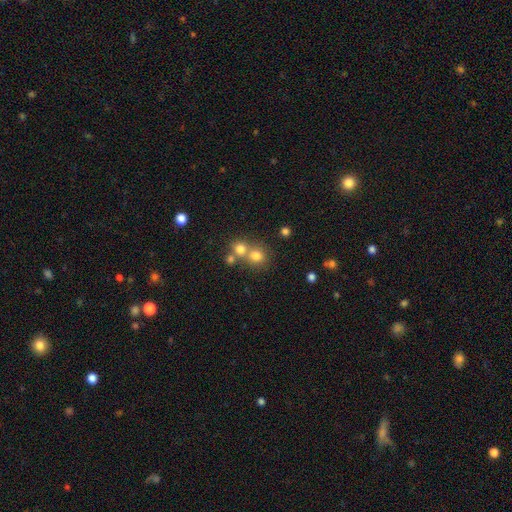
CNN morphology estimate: Smooth or featured?
  - smooth: 74% *
  - star or artifact: 15%
  - featured or disk: 11%
How rounded?
  - round: 84% *
  - in between: 15%
  - cigar-shaped: 1%
Merging?
  - none: 47% *
  - merger: 43%
  - minor disturbance: 7%
  - major disturbance: 3%